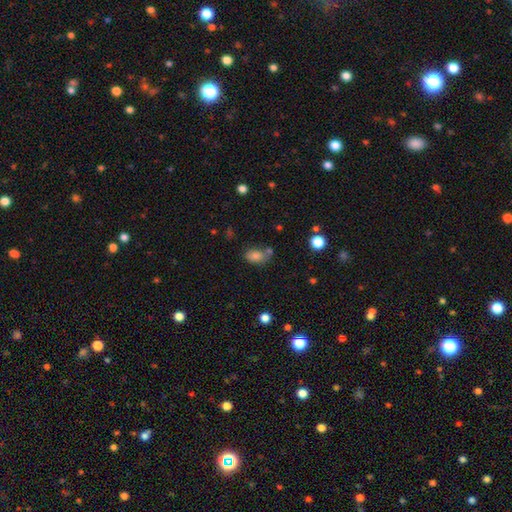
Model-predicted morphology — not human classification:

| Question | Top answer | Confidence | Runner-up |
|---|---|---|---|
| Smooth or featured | smooth | 78% | star or artifact (12%) |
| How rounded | in between | 84% | round (15%) |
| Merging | none | 54% | merger (20%) |